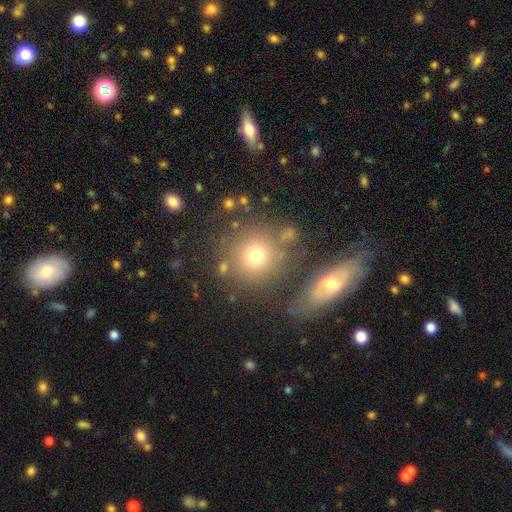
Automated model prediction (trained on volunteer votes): Smooth or featured: smooth — 71% (featured or disk — 15%)
How rounded: round — 89% (in between — 10%)
Merging: none — 65% (merger — 16%)